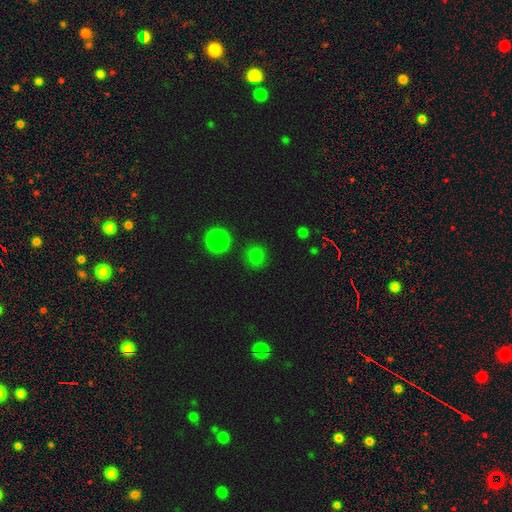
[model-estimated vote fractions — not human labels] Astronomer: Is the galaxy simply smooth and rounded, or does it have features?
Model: smooth — 80%.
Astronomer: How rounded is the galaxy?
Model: round — 89%.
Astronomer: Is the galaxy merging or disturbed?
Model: none — 85%.